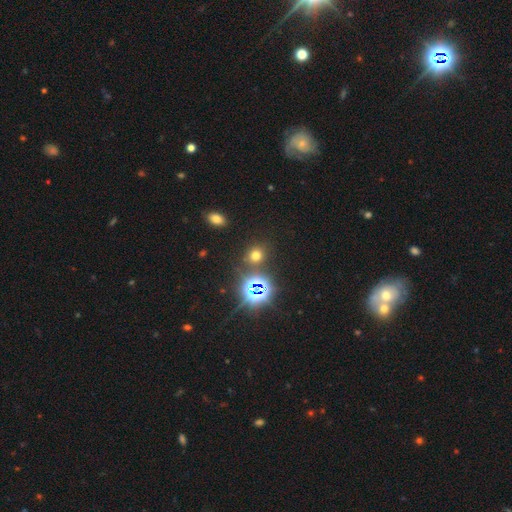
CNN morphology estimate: Q: Smooth or featured?
A: smooth (58%); runner-up: star or artifact (35%)
Q: How rounded?
A: round (73%); runner-up: in between (26%)
Q: Merging?
A: none (83%); runner-up: minor disturbance (8%)